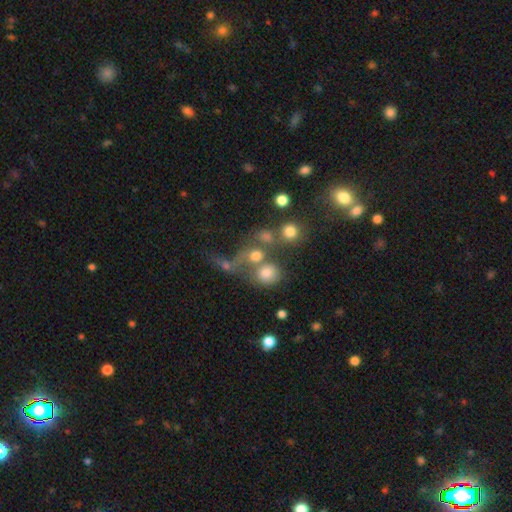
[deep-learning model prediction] A smooth galaxy with no disk features (64%) that is round (70%). Merging: merger (46%).